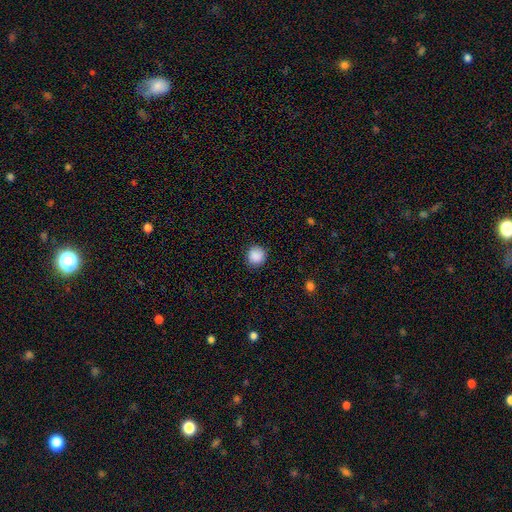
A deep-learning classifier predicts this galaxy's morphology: type=smooth (89%); roundness=round (94%); merging=none (91%).